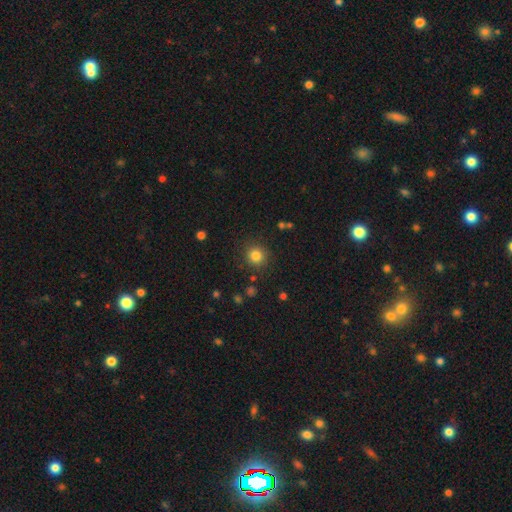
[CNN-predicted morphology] smooth_or_featured: smooth (p=0.82) [alt: star or artifact p=0.12]
how_rounded: round (p=0.92) [alt: in between p=0.07]
merging: none (p=0.88) [alt: minor disturbance p=0.07]